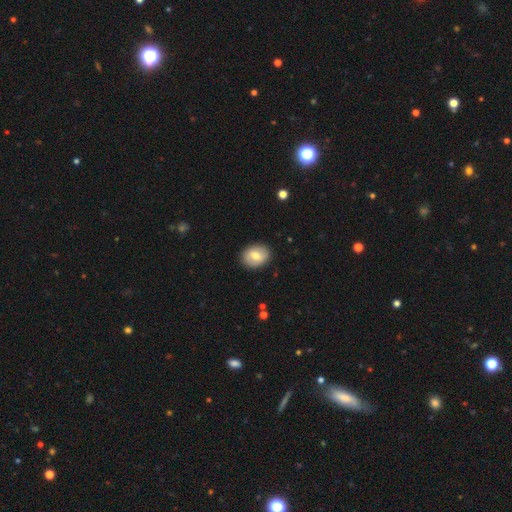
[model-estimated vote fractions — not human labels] smooth 64%, featured or disk 29%, star or artifact 7%. Down the decision tree: how rounded — in between (54%); merging — none (88%).